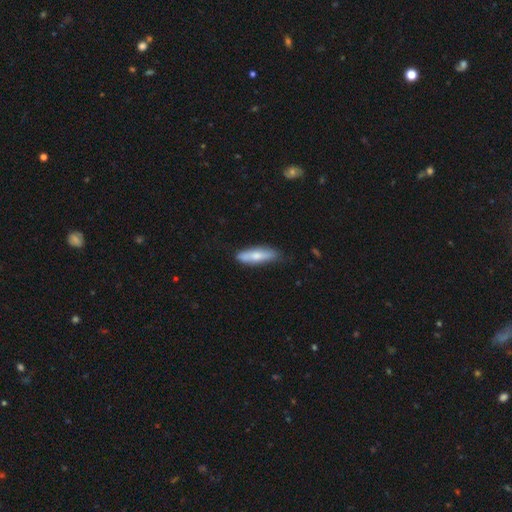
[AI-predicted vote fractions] smooth-or-featured: smooth: 68% | featured or disk: 26% | star or artifact: 6%
  how-rounded: cigar-shaped: 65% | in between: 33% | round: 2%
  merging: none: 76% | minor disturbance: 19% | major disturbance: 3% | merger: 2%